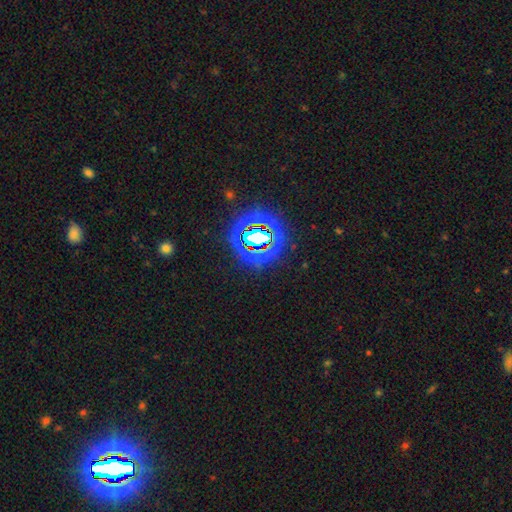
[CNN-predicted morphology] Smooth or featured? star or artifact (80%)